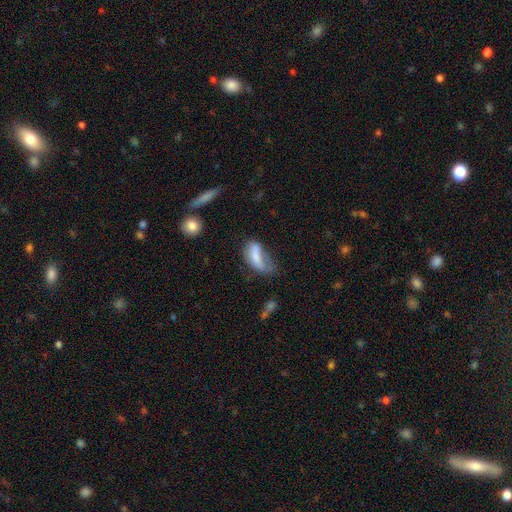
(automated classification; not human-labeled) Smooth or featured? Predicted: smooth (p=0.65). How rounded? Predicted: in between (p=0.79). Merging? Predicted: major disturbance (p=0.38).